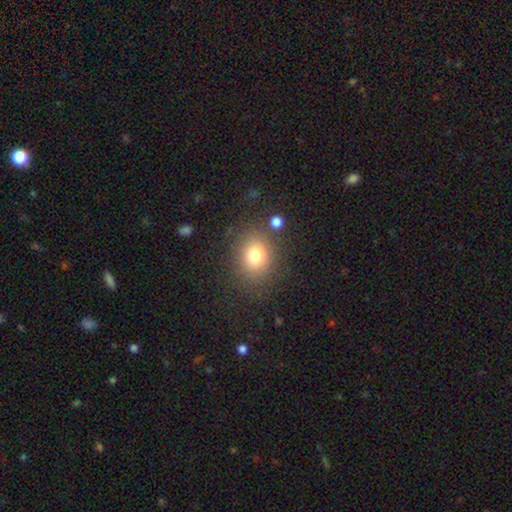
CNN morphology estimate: Smooth or featured?
  - smooth: 77% *
  - star or artifact: 13%
  - featured or disk: 10%
How rounded?
  - round: 65% *
  - in between: 34%
  - cigar-shaped: 1%
Merging?
  - none: 81% *
  - minor disturbance: 10%
  - major disturbance: 5%
  - merger: 4%